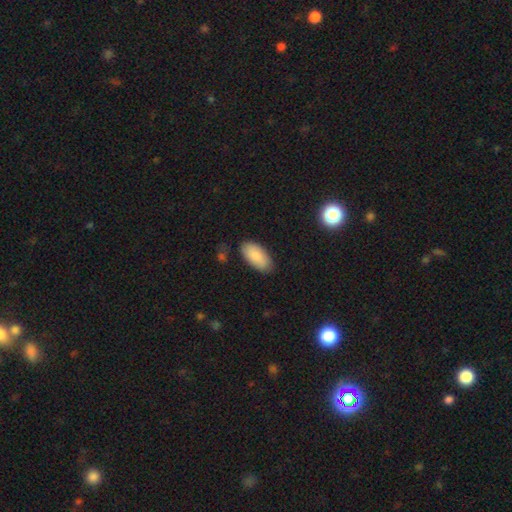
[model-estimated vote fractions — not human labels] A smooth galaxy with no disk features (86%) that is in between round and cigar-shaped (93%).

Vote fractions:
- Smooth or featured? smooth: 86% / featured or disk: 8% / star or artifact: 6%
- How rounded? in between: 93% / cigar-shaped: 5% / round: 2%
- Merging? none: 80% / minor disturbance: 15% / major disturbance: 3% / merger: 2%